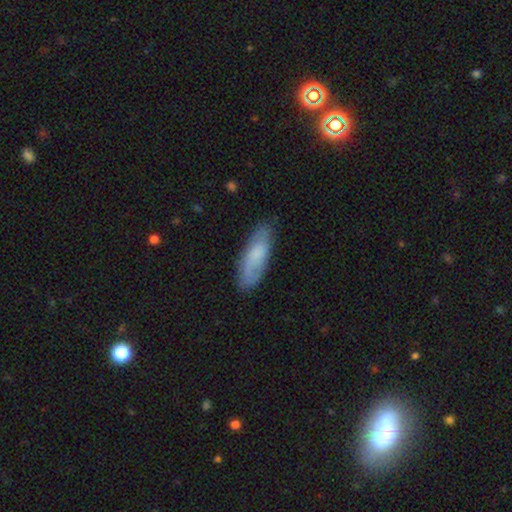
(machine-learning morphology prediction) smooth_or_featured: smooth (p=0.68) [alt: featured or disk p=0.26]
how_rounded: in between (p=0.57) [alt: cigar-shaped p=0.41]
merging: none (p=0.75) [alt: minor disturbance p=0.19]